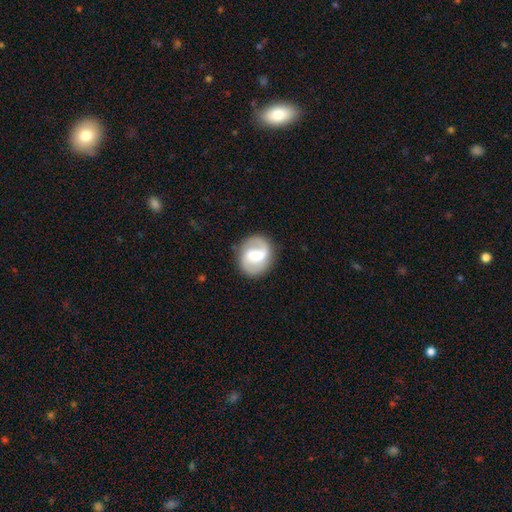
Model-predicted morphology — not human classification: A featured or disk galaxy (72%) with a weak bar (46%), 2 (87%) medium (48%) spiral arms (90%) and a moderate central bulge (35%). Merging: none (83%).